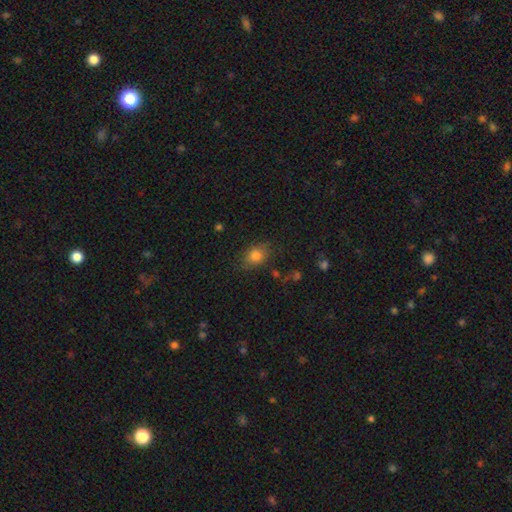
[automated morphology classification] smooth_or_featured: smooth (p=0.79) [alt: star or artifact p=0.11]
how_rounded: in between (p=0.63) [alt: round p=0.35]
merging: none (p=0.77) [alt: minor disturbance p=0.16]